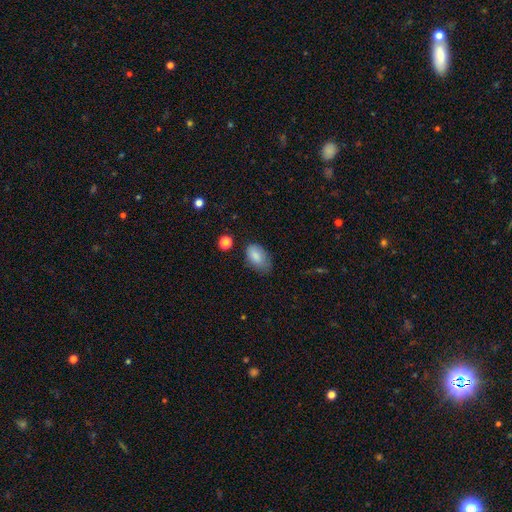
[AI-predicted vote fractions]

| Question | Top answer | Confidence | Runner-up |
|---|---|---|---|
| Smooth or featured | smooth | 84% | featured or disk (8%) |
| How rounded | in between | 92% | round (7%) |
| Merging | none | 57% | minor disturbance (32%) |